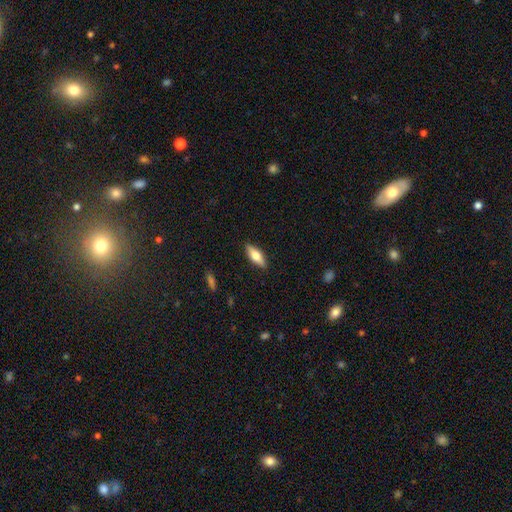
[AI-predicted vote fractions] This is likely a smooth galaxy (62%). How rounded: likely in between (62%). Merging: clearly none (89%).